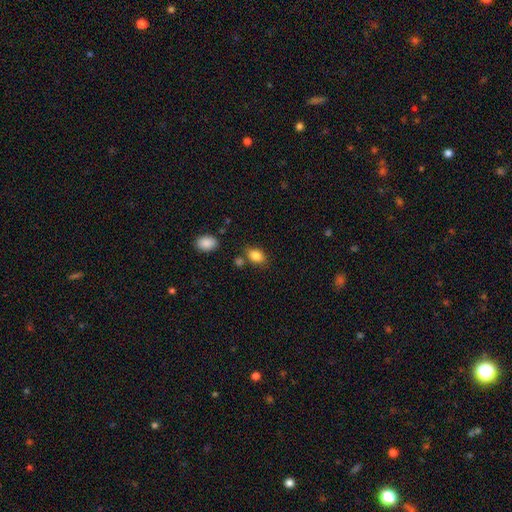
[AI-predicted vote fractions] Morphology: type=smooth (85%); roundness=in between (82%); merging=none (72%).